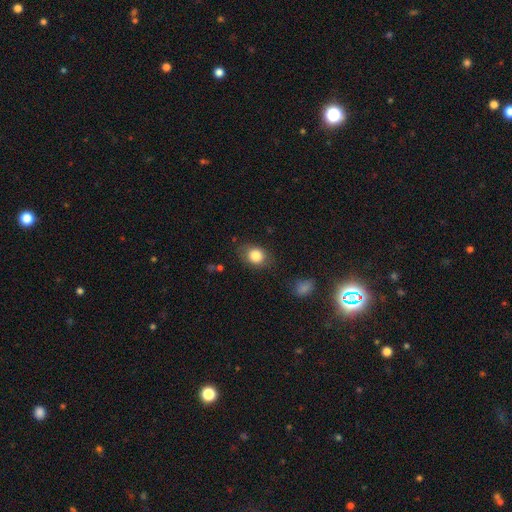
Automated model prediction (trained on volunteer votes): A smooth galaxy with no disk features (83%) that is in between round and cigar-shaped (52%).

Vote fractions:
- Smooth or featured? smooth: 83% / star or artifact: 9% / featured or disk: 8%
- How rounded? in between: 52% / round: 46% / cigar-shaped: 1%
- Merging? none: 78% / minor disturbance: 16% / major disturbance: 4% / merger: 2%